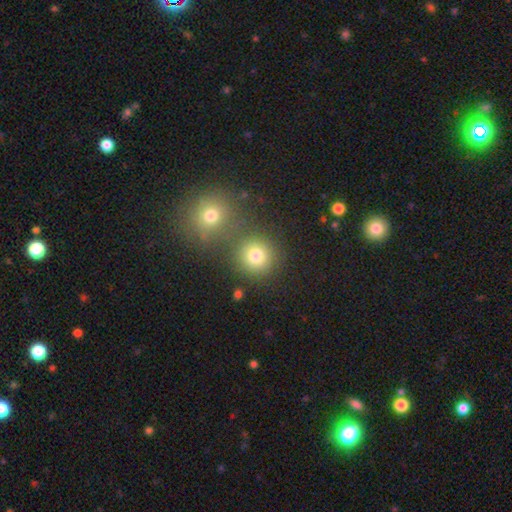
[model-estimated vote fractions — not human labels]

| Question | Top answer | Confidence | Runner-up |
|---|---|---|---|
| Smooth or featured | smooth | 78% | star or artifact (14%) |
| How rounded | round | 91% | in between (8%) |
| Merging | none | 72% | merger (18%) |